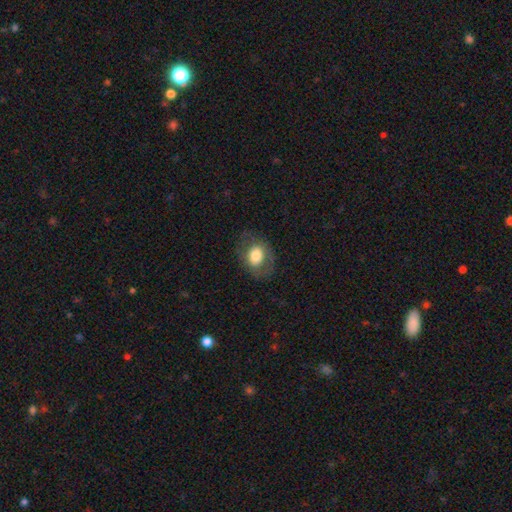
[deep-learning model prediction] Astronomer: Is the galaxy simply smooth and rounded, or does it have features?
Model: smooth — 66%.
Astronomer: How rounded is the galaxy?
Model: in between — 60% (runner-up: round, 39%).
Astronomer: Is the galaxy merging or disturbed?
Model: none — 71%.